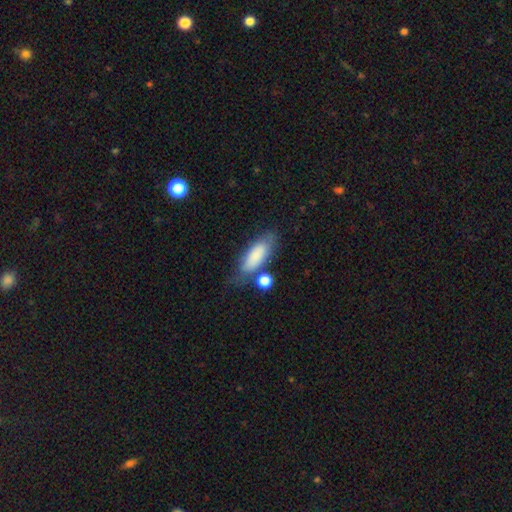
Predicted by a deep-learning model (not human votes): A smooth galaxy with no disk features (80%) that is in between round and cigar-shaped (72%).

Vote fractions:
- Smooth or featured? smooth: 80% / featured or disk: 13% / star or artifact: 7%
- How rounded? in between: 72% / cigar-shaped: 25% / round: 3%
- Merging? none: 58% / minor disturbance: 21% / merger: 14% / major disturbance: 8%